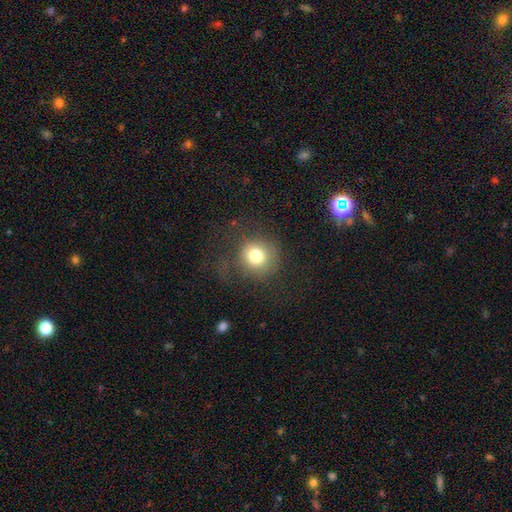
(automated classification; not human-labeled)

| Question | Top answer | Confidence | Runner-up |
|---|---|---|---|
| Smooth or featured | smooth | 77% | star or artifact (13%) |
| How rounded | round | 90% | in between (9%) |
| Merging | none | 72% | minor disturbance (15%) |